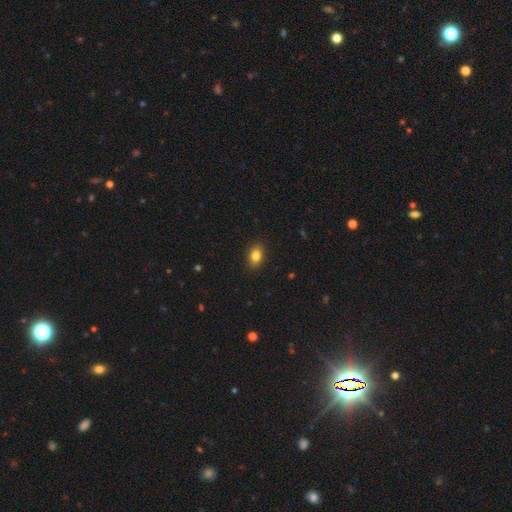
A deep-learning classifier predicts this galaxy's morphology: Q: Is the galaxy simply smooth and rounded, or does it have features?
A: smooth — 84%.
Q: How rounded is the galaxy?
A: in between — 79%.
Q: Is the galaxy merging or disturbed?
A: none — 89%.